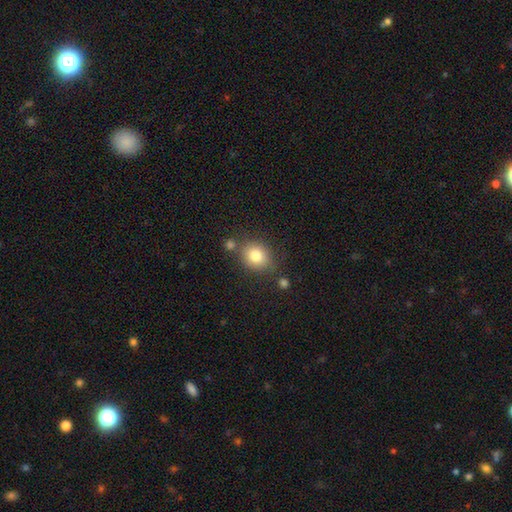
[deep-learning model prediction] A smooth galaxy with no disk features (82%) that is round (68%).

Vote fractions:
- Smooth or featured? smooth: 82% / star or artifact: 10% / featured or disk: 8%
- How rounded? round: 68% / in between: 31% / cigar-shaped: 1%
- Merging? none: 73% / minor disturbance: 14% / merger: 9% / major disturbance: 4%